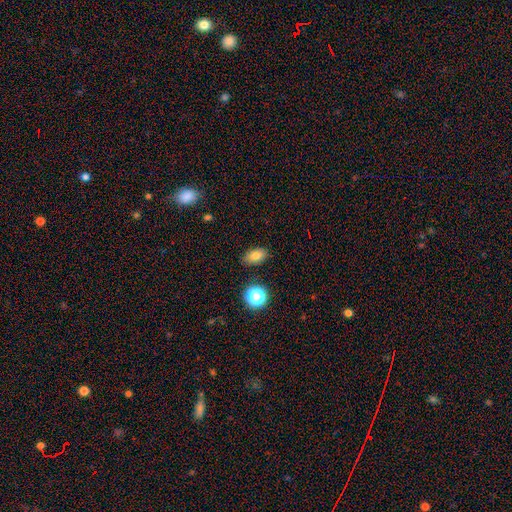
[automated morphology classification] type=smooth (77%); roundness=in between (85%); merging=none (85%).